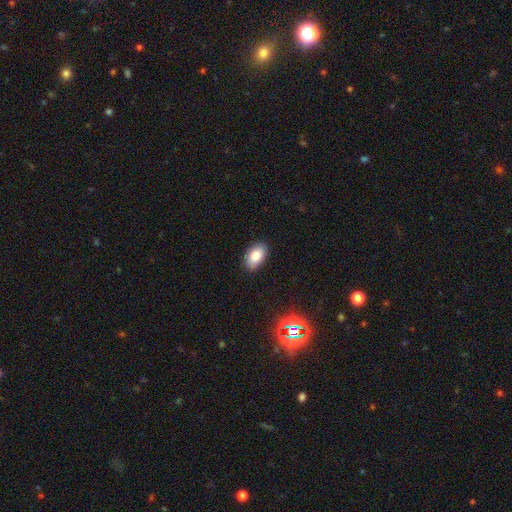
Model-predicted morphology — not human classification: Smooth or featured? Predicted: smooth (p=0.83). How rounded? Predicted: in between (p=0.93). Merging? Predicted: none (p=0.89).